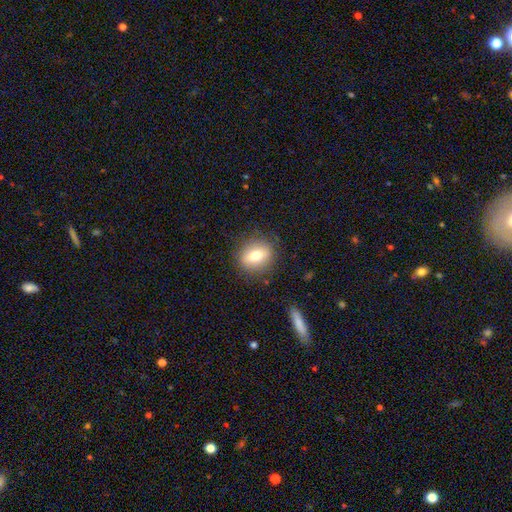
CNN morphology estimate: smooth_or_featured: smooth (p=0.70) [alt: featured or disk p=0.21]
how_rounded: round (p=0.58) [alt: in between p=0.40]
merging: none (p=0.85) [alt: minor disturbance p=0.10]